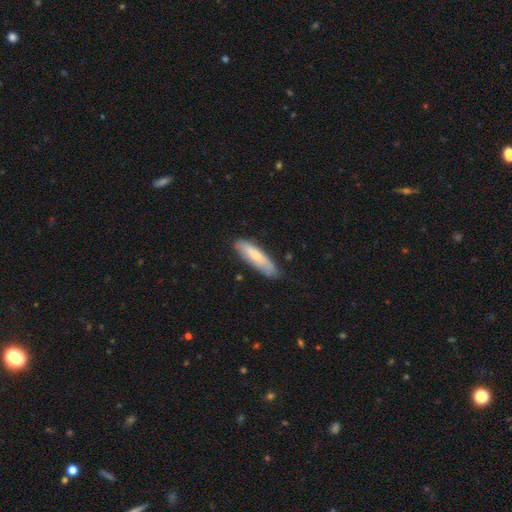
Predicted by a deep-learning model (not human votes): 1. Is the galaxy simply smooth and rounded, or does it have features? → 68% smooth, 27% featured or disk, 6% star or artifact.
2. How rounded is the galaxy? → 66% cigar-shaped, 32% in between, 2% round.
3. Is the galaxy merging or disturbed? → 75% none, 20% minor disturbance, 3% major disturbance, 2% merger.